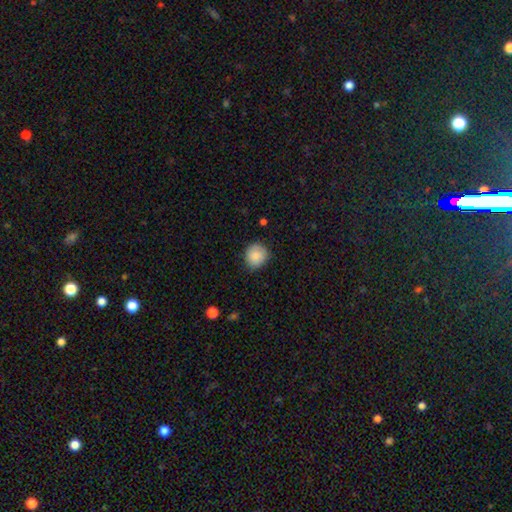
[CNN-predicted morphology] Smooth or featured: smooth — 87% (star or artifact — 8%)
How rounded: round — 84% (in between — 15%)
Merging: none — 83% (minor disturbance — 14%)